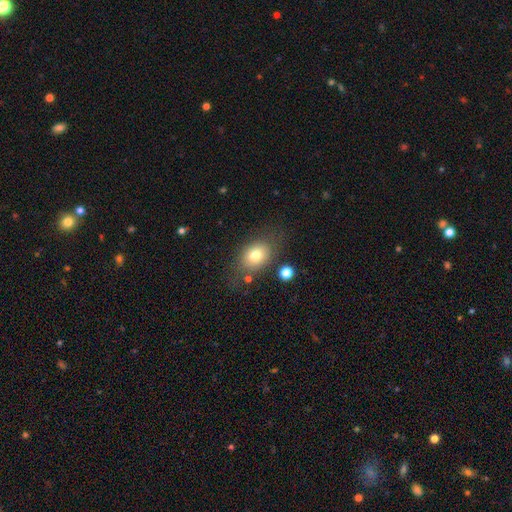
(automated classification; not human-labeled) Smooth or featured? Predicted: smooth (p=0.76). How rounded? Predicted: in between (p=0.69). Merging? Predicted: none (p=0.70).